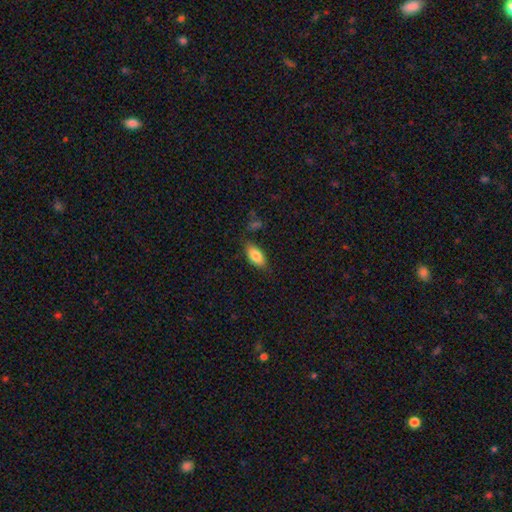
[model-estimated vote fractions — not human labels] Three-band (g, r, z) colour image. It shows a smooth galaxy with no disk features (83%) that is in between round and cigar-shaped (89%). Merging: none (79%).